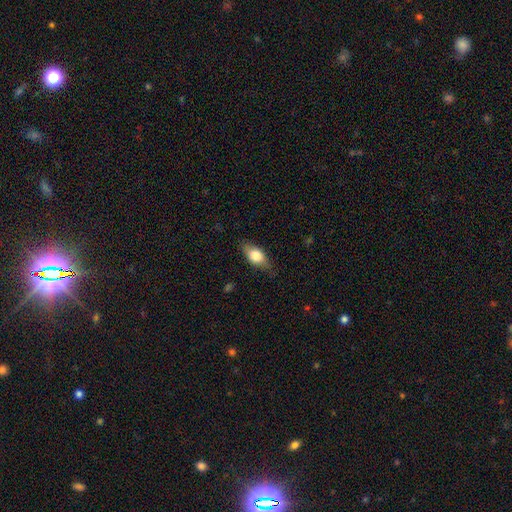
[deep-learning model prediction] Smooth or featured?
  - smooth: 72% *
  - featured or disk: 21%
  - star or artifact: 7%
How rounded?
  - in between: 84% *
  - cigar-shaped: 8%
  - round: 8%
Merging?
  - none: 77% *
  - minor disturbance: 18%
  - major disturbance: 4%
  - merger: 1%